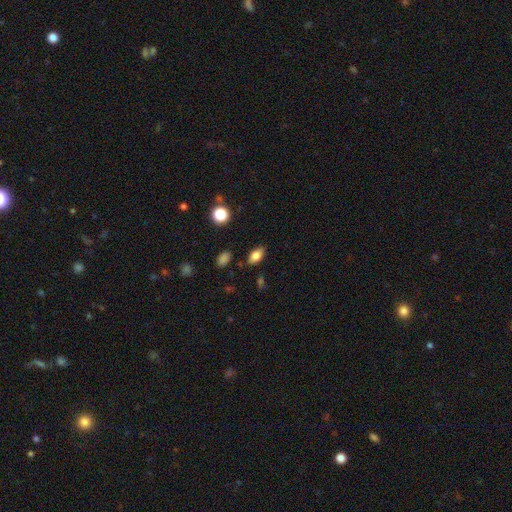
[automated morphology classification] A smooth galaxy with no disk features (78%) that is in between round and cigar-shaped (88%).

Vote fractions:
- Smooth or featured? smooth: 78% / featured or disk: 12% / star or artifact: 9%
- How rounded? in between: 88% / round: 7% / cigar-shaped: 5%
- Merging? none: 85% / minor disturbance: 11% / major disturbance: 3% / merger: 2%